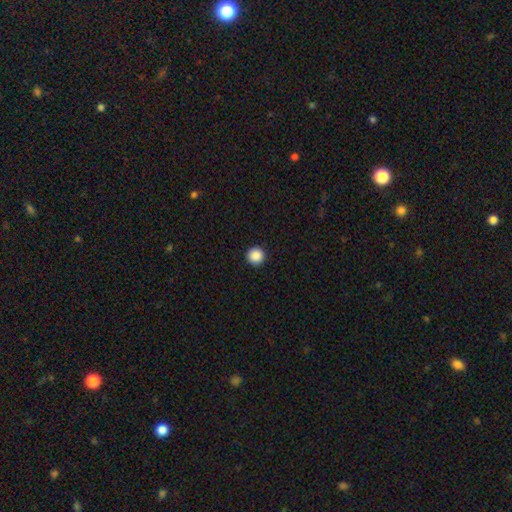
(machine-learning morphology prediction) smooth-or-featured: smooth: 88% | star or artifact: 9% | featured or disk: 2%
  how-rounded: round: 96% | in between: 3% | cigar-shaped: 1%
  merging: none: 93% | minor disturbance: 4% | major disturbance: 1% | merger: 1%